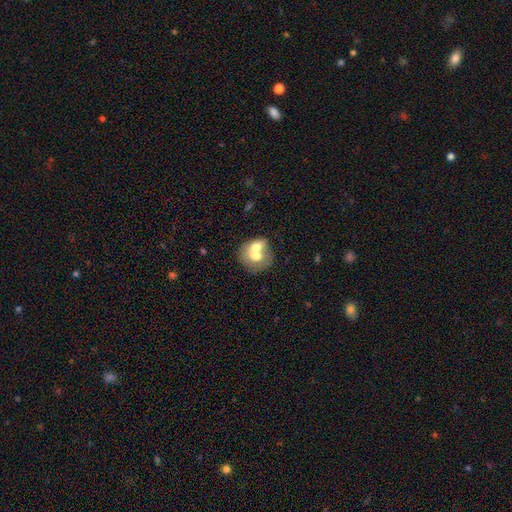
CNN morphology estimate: Smooth or featured: smooth — 62% (featured or disk — 31%)
How rounded: round — 66% (in between — 33%)
Merging: merger — 64% (none — 25%)